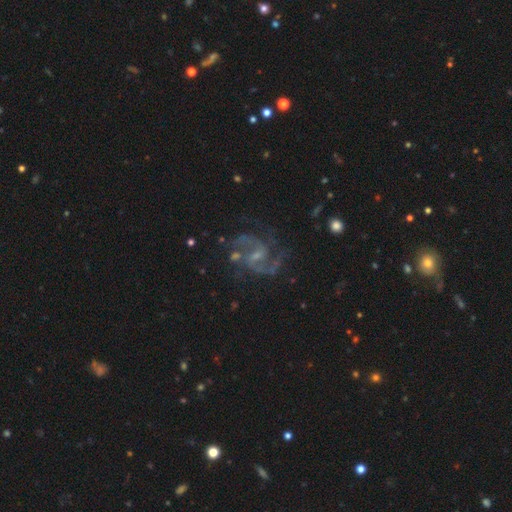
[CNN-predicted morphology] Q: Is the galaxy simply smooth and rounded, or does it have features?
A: featured or disk — 90%.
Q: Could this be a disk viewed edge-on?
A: no — 98%.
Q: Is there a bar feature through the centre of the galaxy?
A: weak — 56%.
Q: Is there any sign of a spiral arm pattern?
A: yes — 97%.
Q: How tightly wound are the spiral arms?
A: medium — 61%.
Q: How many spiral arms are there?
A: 2 — 77%.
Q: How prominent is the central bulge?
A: small — 63%.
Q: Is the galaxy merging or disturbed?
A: none — 64%.